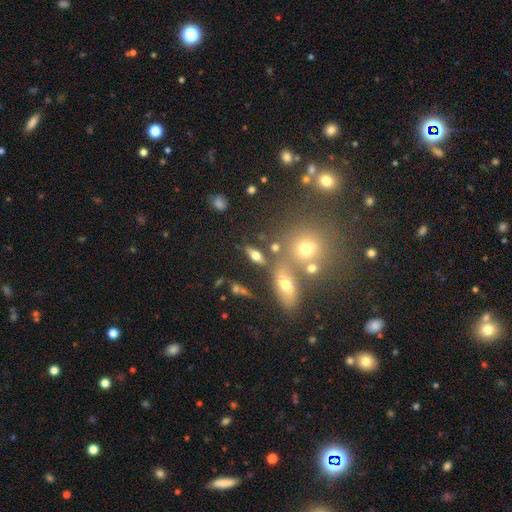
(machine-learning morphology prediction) Overall: smooth (54%; featured or disk 33%). How rounded: in between (63%; cigar-shaped 25%). Merging: none (68%).